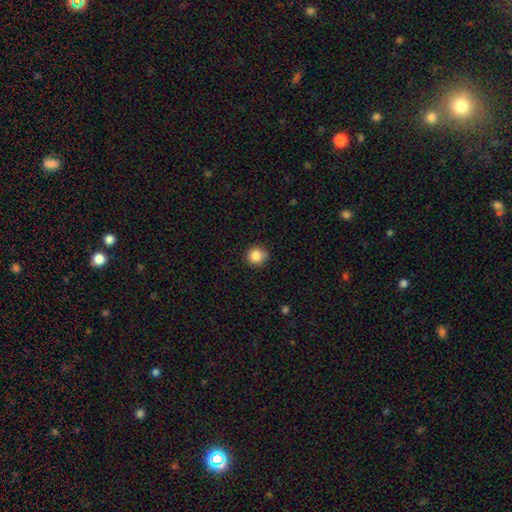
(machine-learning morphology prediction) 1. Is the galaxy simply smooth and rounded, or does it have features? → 85% smooth, 10% star or artifact, 4% featured or disk.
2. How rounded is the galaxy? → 93% round, 6% in between, 1% cigar-shaped.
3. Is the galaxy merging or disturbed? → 84% none, 12% minor disturbance, 2% major disturbance, 1% merger.